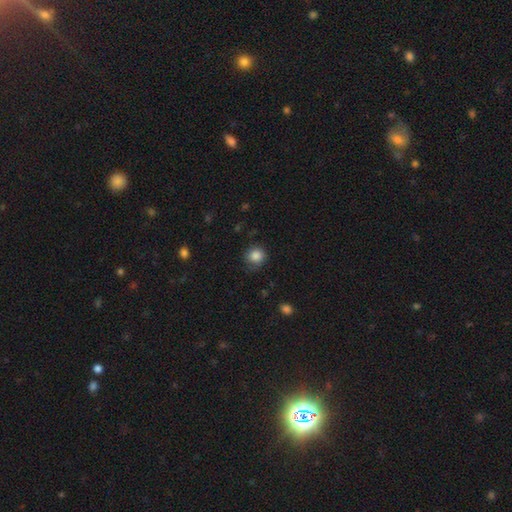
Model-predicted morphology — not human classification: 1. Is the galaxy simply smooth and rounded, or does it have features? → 86% smooth, 9% star or artifact, 5% featured or disk.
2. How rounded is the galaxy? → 85% round, 14% in between, 1% cigar-shaped.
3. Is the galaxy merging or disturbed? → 69% none, 23% minor disturbance, 7% major disturbance, 1% merger.